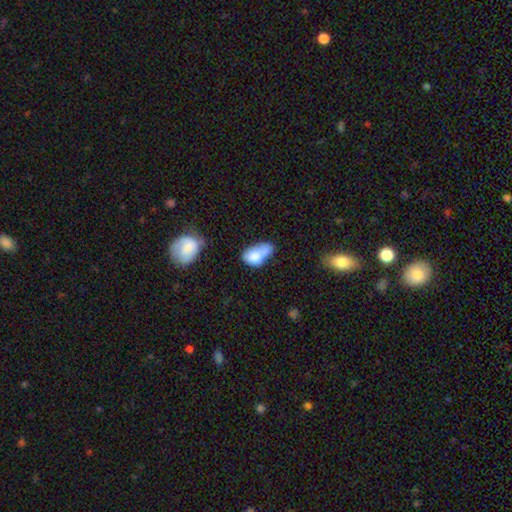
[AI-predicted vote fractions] Smooth or featured?
  - smooth: 74% *
  - featured or disk: 18%
  - star or artifact: 8%
How rounded?
  - in between: 87% *
  - round: 10%
  - cigar-shaped: 3%
Merging?
  - merger: 43% *
  - none: 22%
  - minor disturbance: 21%
  - major disturbance: 14%